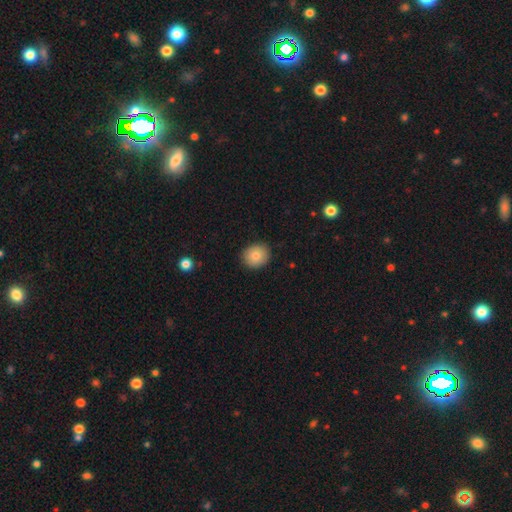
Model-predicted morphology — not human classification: A smooth galaxy with no disk features (81%) that is round (75%).

Vote fractions:
- Smooth or featured? smooth: 81% / featured or disk: 10% / star or artifact: 9%
- How rounded? round: 75% / in between: 24% / cigar-shaped: 1%
- Merging? none: 89% / minor disturbance: 8% / major disturbance: 2% / merger: 1%